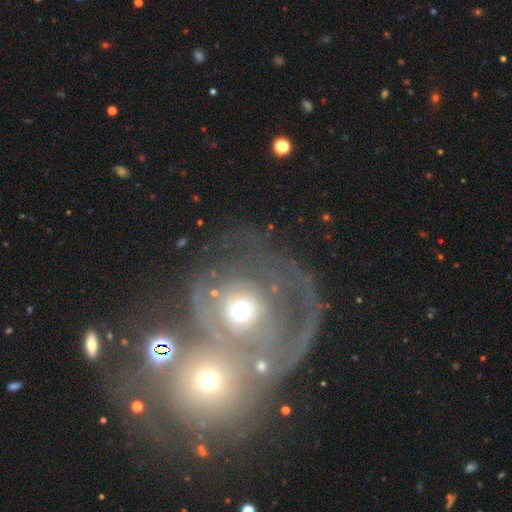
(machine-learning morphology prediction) type=featured or disk (61%); edge-on=no (96%); bar=no (84%); spiral arms=yes (58%); bulge=moderate (51%); merging=merger (60%).